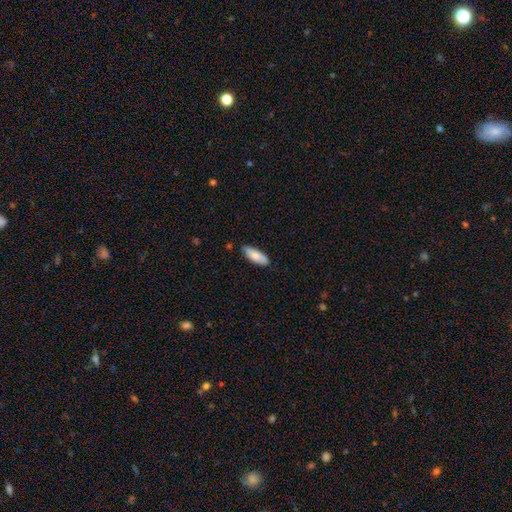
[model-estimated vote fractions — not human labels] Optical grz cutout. It shows a smooth galaxy with no disk features (81%) that is in between round and cigar-shaped (70%). Merging: none (81%).